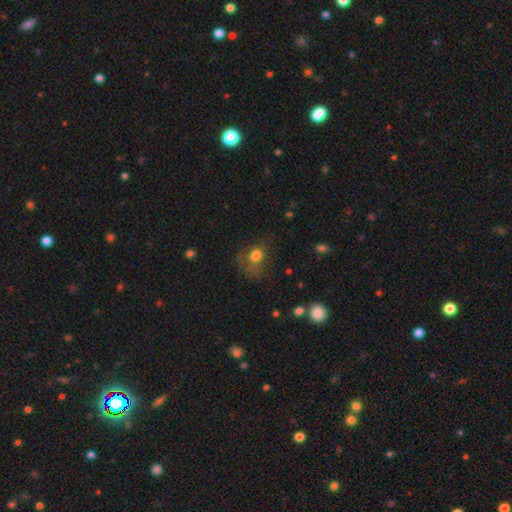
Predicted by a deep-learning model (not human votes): This is likely a smooth galaxy (68%). How rounded: possibly in between (51%). Merging: marginally none (42%).